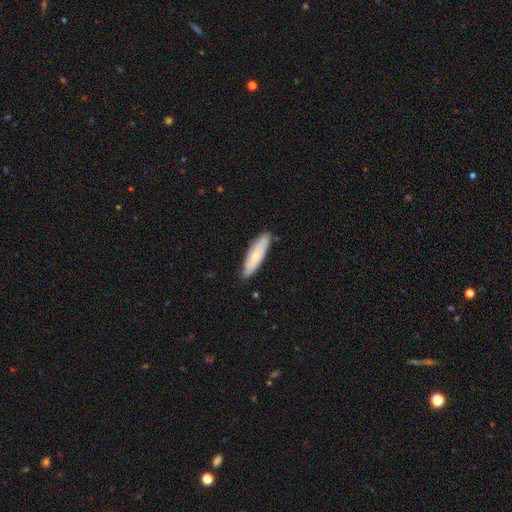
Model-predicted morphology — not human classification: Smooth or featured? smooth (63%)
How rounded? cigar-shaped (69%)
Merging? none (84%)